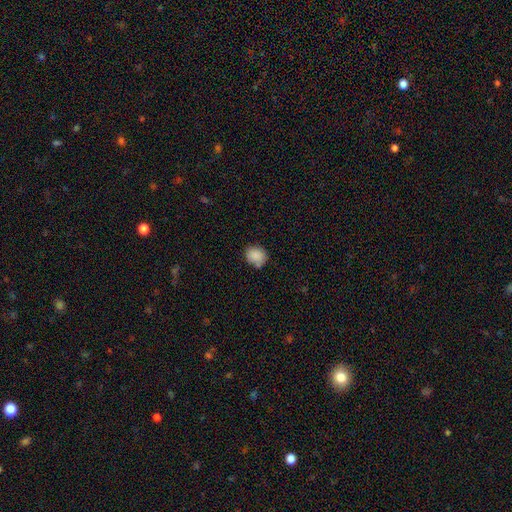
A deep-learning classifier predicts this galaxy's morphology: type=smooth (87%); roundness=round (73%); merging=none (69%).